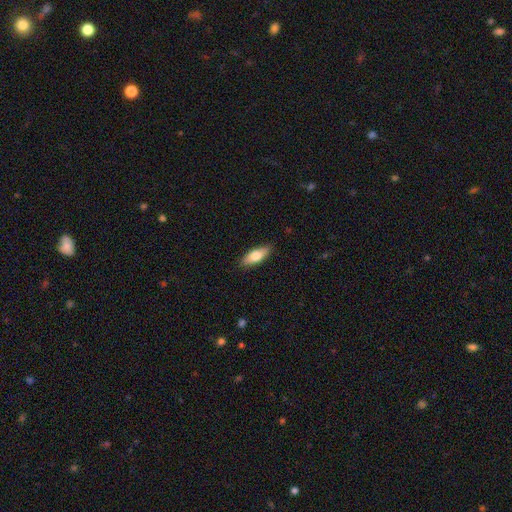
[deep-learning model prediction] The model was most divided on "how rounded": in between: 67%, cigar-shaped: 30%, round: 2%. More confident: merging — none (87%); smooth or featured — smooth (73%).